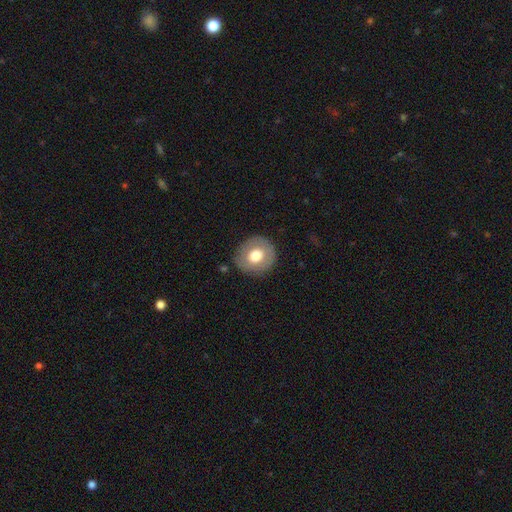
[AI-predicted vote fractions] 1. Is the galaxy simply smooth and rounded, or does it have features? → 68% smooth, 25% featured or disk, 7% star or artifact.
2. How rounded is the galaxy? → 85% round, 14% in between, 1% cigar-shaped.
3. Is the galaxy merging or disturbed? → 84% none, 11% minor disturbance, 3% major disturbance, 2% merger.